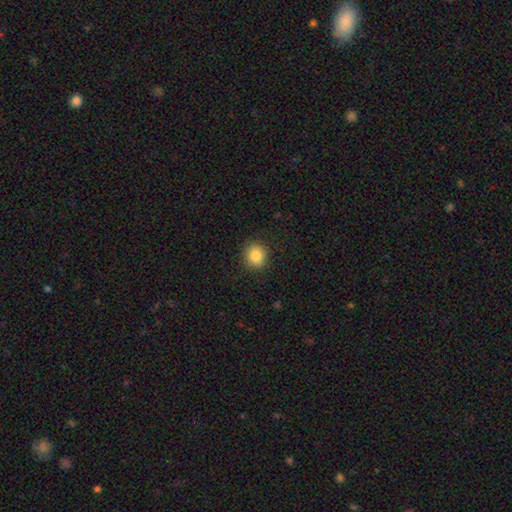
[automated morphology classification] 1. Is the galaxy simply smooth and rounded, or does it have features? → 85% smooth, 10% star or artifact, 6% featured or disk.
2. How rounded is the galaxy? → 80% round, 19% in between, 1% cigar-shaped.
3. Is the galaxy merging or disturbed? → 89% none, 7% minor disturbance, 2% major disturbance, 1% merger.